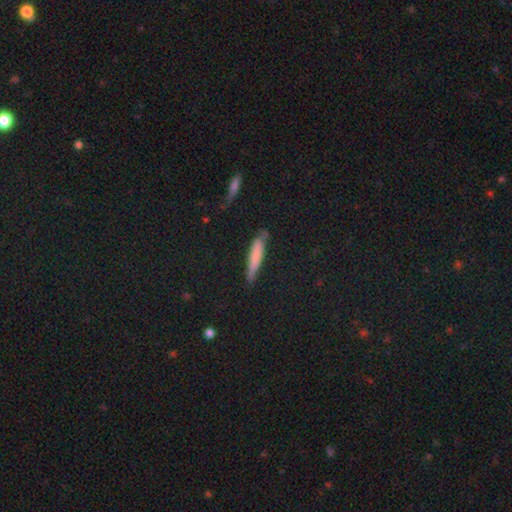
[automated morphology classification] Q: Smooth or featured?
A: smooth (69%); runner-up: featured or disk (22%)
Q: How rounded?
A: cigar-shaped (87%); runner-up: in between (11%)
Q: Merging?
A: none (69%); runner-up: minor disturbance (22%)